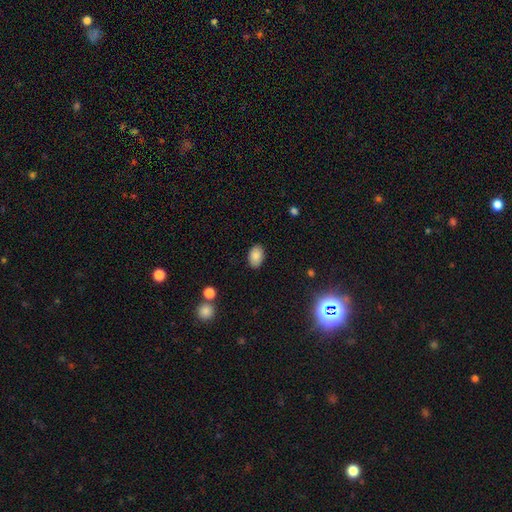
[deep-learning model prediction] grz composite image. It shows a smooth galaxy with no disk features (86%) that is in between round and cigar-shaped (87%). Merging: none (86%).